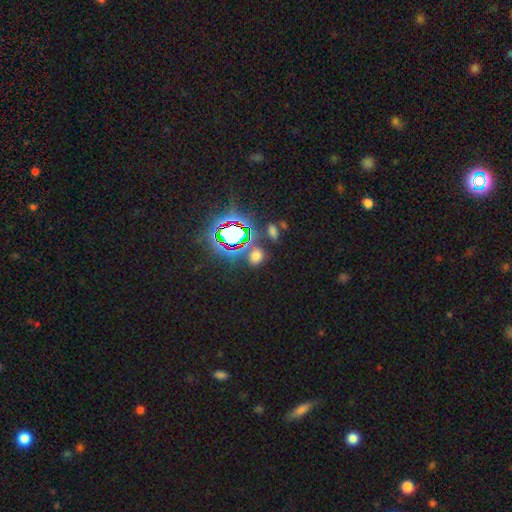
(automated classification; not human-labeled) Overall: smooth (53%; star or artifact 39%). How rounded: round (50%; in between 47%). Merging: none (75%).